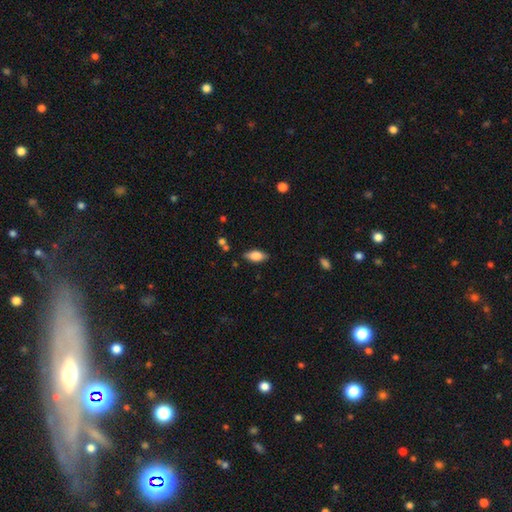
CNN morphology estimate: type=smooth (79%); roundness=in between (86%); merging=none (81%).